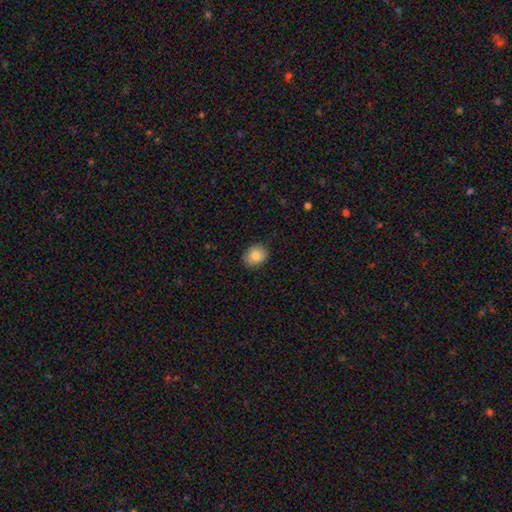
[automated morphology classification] smooth_or_featured: smooth (p=0.86) [alt: star or artifact p=0.08]
how_rounded: round (p=0.58) [alt: in between p=0.41]
merging: none (p=0.85) [alt: minor disturbance p=0.12]